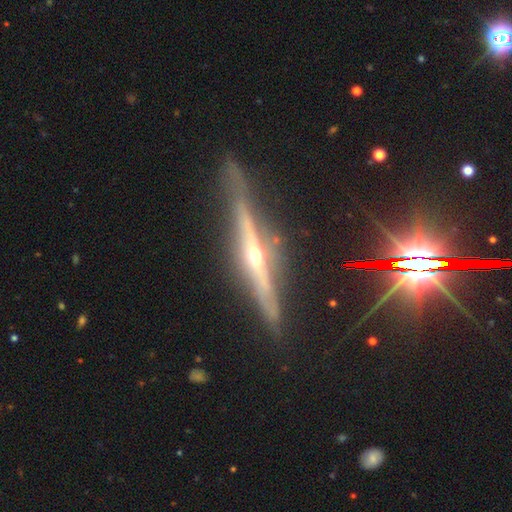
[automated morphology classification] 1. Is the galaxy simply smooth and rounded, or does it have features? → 80% featured or disk, 11% smooth, 9% star or artifact.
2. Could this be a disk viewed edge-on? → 94% yes, 6% no.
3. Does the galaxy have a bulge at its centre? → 86% rounded, 10% none, 4% boxy.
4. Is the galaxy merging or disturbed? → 77% none, 16% minor disturbance, 5% major disturbance, 2% merger.